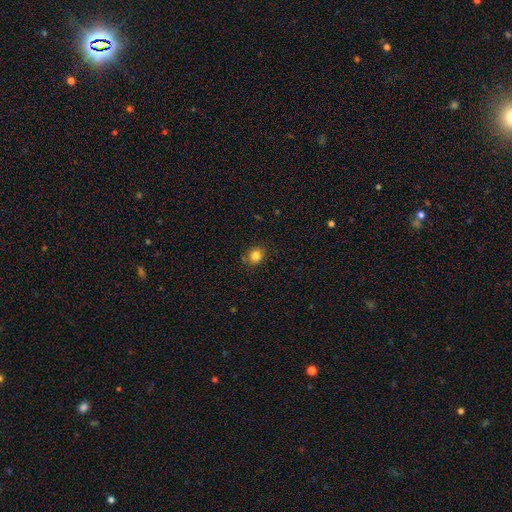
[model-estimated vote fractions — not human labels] This appears to be a smooth galaxy with no disk features (83%) that is round (70%). Merging: none (82%).